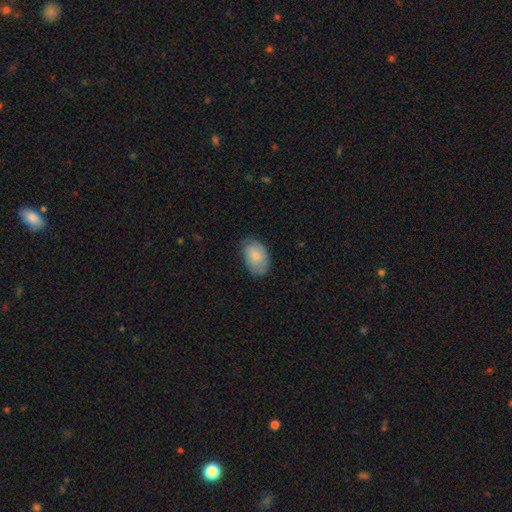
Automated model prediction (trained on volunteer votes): Q: Smooth or featured?
A: smooth (73%); runner-up: featured or disk (21%)
Q: How rounded?
A: in between (89%); runner-up: round (10%)
Q: Merging?
A: none (72%); runner-up: minor disturbance (22%)